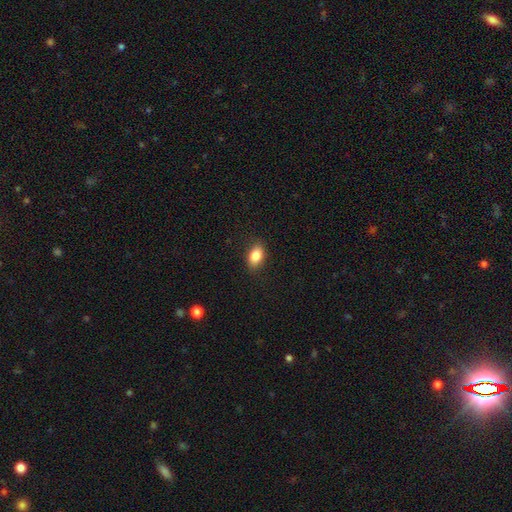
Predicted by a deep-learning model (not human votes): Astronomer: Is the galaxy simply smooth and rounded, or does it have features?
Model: smooth — 85%.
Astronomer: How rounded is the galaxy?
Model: in between — 84%.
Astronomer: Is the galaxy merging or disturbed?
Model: none — 87%.